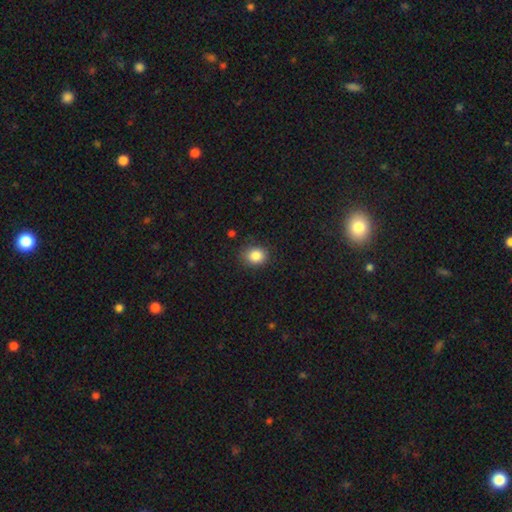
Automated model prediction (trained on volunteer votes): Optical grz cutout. It shows a smooth galaxy with no disk features (85%) that is round (62%). Merging: none (85%).